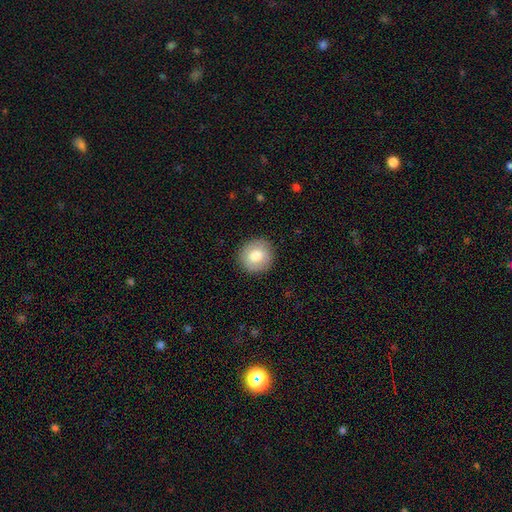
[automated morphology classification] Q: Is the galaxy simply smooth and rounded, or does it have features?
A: smooth — 78%.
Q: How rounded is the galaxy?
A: round — 92%.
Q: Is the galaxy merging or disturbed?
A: none — 90%.